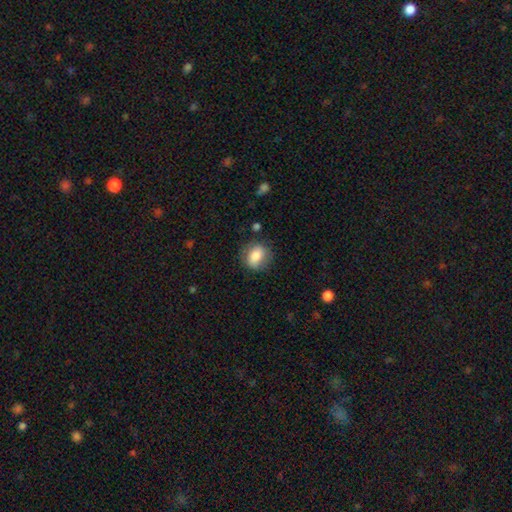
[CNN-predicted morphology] Smooth or featured: smooth — 79% (featured or disk — 14%)
How rounded: in between — 55% (round — 43%)
Merging: none — 76% (minor disturbance — 17%)